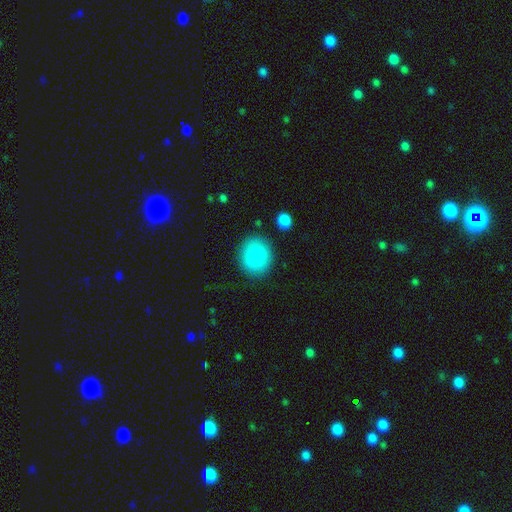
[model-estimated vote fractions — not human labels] Q: Smooth or featured?
A: smooth (84%); runner-up: featured or disk (9%)
Q: How rounded?
A: round (79%); runner-up: in between (21%)
Q: Merging?
A: none (84%); runner-up: minor disturbance (11%)